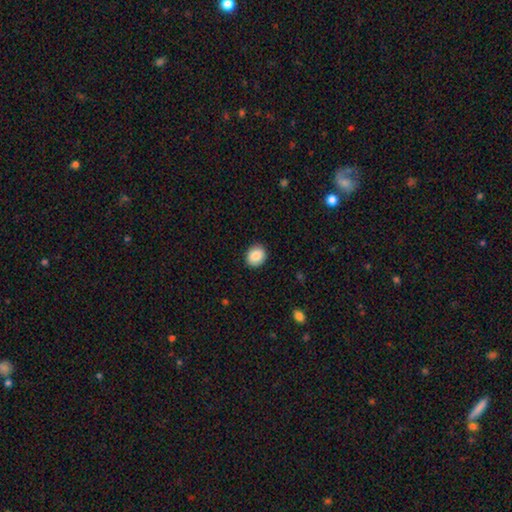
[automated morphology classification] type=smooth (88%); roundness=round (59%); merging=none (89%).